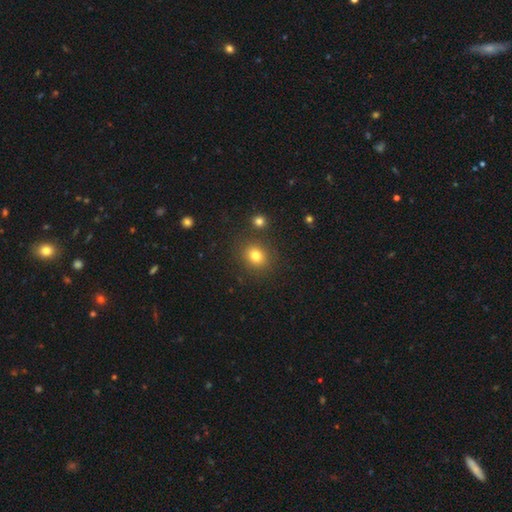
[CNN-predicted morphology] smooth 79%, star or artifact 13%, featured or disk 7%. Down the decision tree: how rounded — round (66%); merging — none (83%).